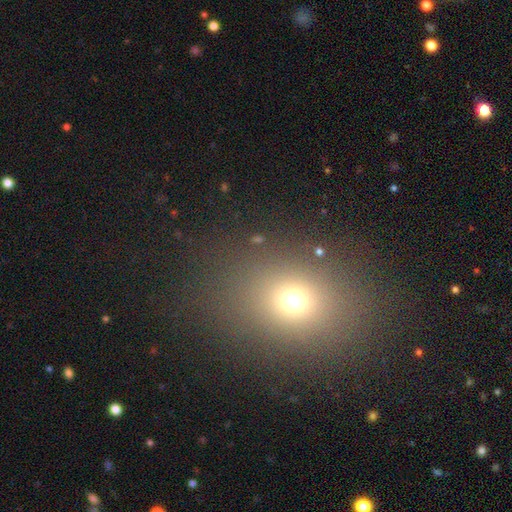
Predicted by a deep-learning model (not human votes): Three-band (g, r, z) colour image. It shows a smooth galaxy with no disk features (64%) that is in between round and cigar-shaped (51%). Merging: none (87%).